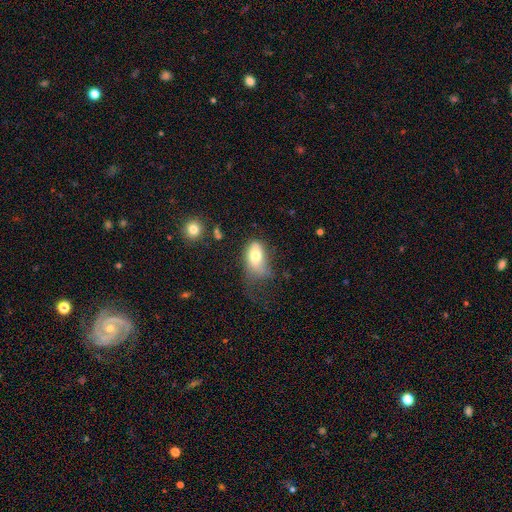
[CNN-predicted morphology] A smooth galaxy with no disk features (71%) that is in between round and cigar-shaped (89%).

Vote fractions:
- Smooth or featured? smooth: 71% / featured or disk: 20% / star or artifact: 8%
- How rounded? in between: 89% / round: 8% / cigar-shaped: 3%
- Merging? major disturbance: 40% / minor disturbance: 32% / none: 25% / merger: 4%